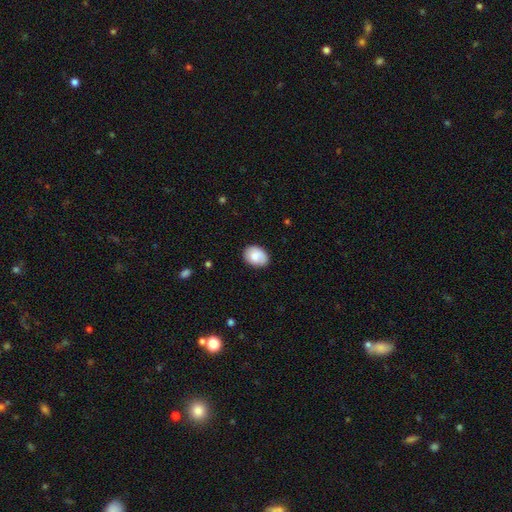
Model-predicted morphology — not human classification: Smooth or featured? smooth (82%)
How rounded? in between (74%)
Merging? none (80%)